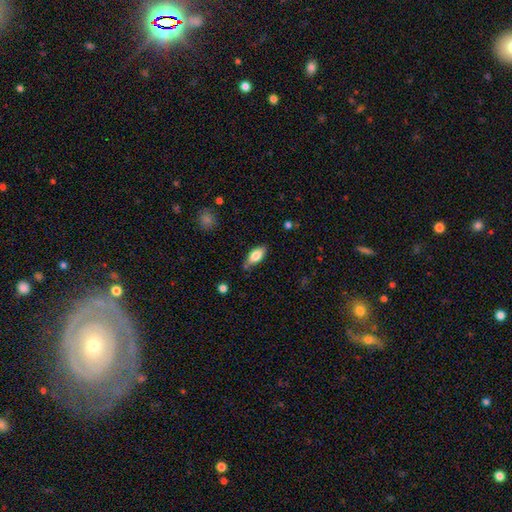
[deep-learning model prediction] Smooth or featured? smooth (78%)
How rounded? in between (86%)
Merging? none (73%)